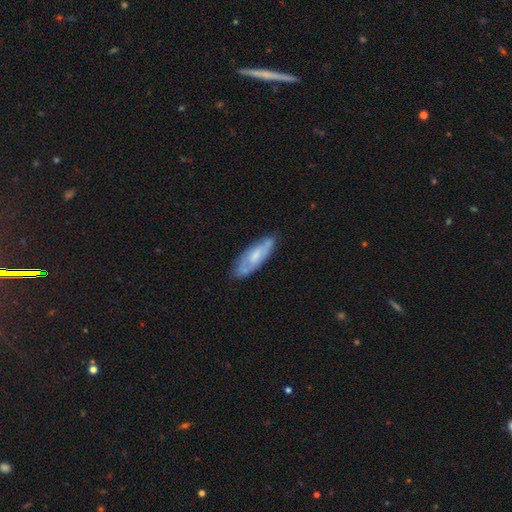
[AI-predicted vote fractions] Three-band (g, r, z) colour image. It shows a featured or disk galaxy (49%). Merging: none (71%).